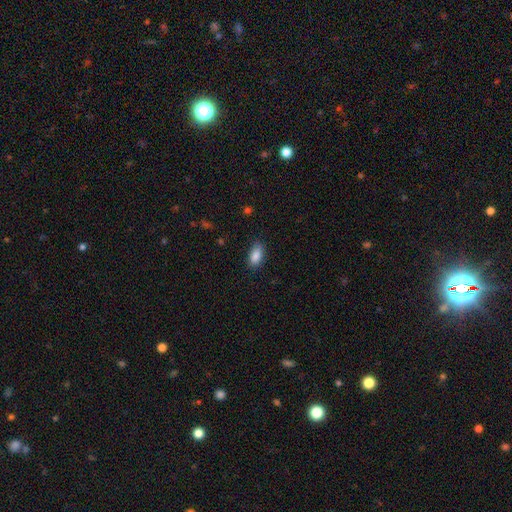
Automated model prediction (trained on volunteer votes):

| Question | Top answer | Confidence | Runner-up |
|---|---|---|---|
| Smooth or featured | smooth | 88% | star or artifact (7%) |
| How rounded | in between | 91% | cigar-shaped (5%) |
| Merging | none | 83% | minor disturbance (13%) |